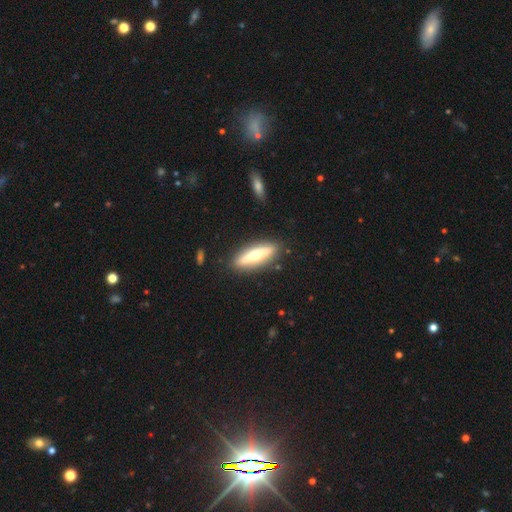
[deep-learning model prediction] Smooth or featured?
  - featured or disk: 50% *
  - smooth: 45%
  - star or artifact: 5%
Merging?
  - none: 87% *
  - minor disturbance: 9%
  - major disturbance: 2%
  - merger: 2%